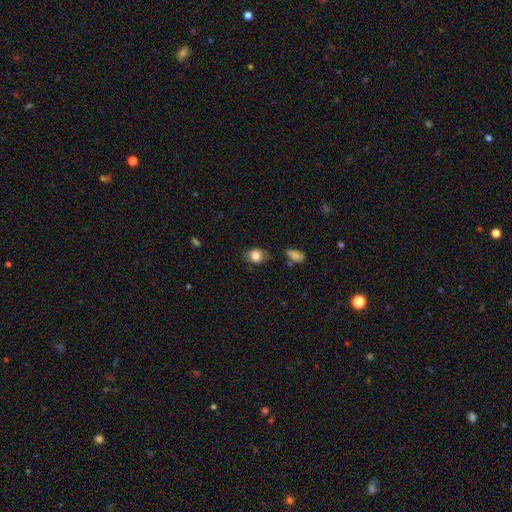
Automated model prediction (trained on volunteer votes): Overall: smooth (82%). How rounded: in between (56%; round 43%). Merging: none (70%).